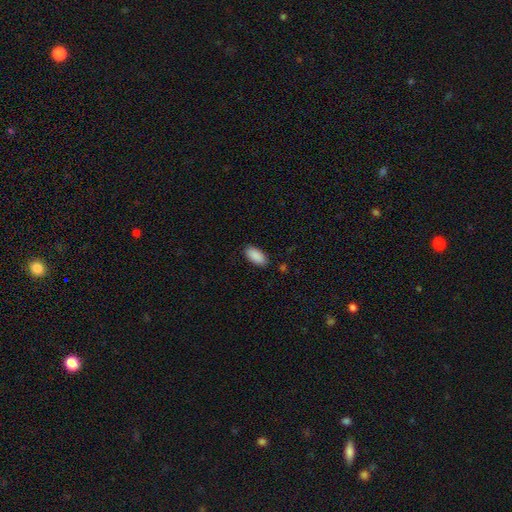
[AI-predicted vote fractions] smooth_or_featured: smooth (p=0.91) [alt: star or artifact p=0.06]
how_rounded: in between (p=0.91) [alt: cigar-shaped p=0.07]
merging: none (p=0.87) [alt: minor disturbance p=0.09]